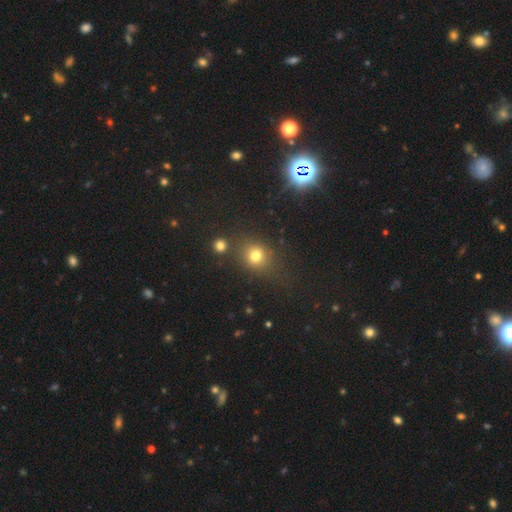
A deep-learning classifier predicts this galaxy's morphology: A smooth galaxy with no disk features (74%) that is round (77%).

Vote fractions:
- Smooth or featured? smooth: 74% / star or artifact: 18% / featured or disk: 8%
- How rounded? round: 77% / in between: 21% / cigar-shaped: 1%
- Merging? none: 73% / minor disturbance: 11% / merger: 9% / major disturbance: 6%